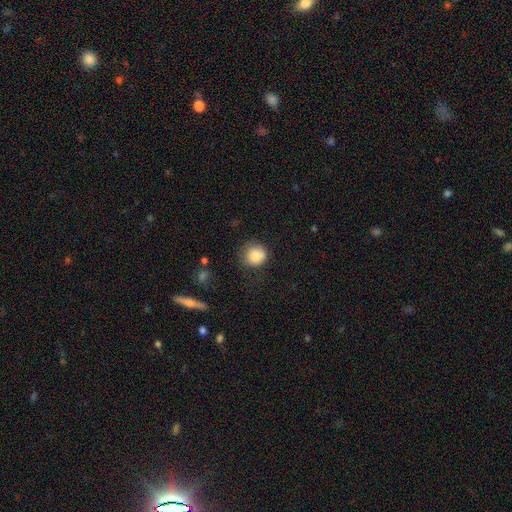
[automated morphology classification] Smooth or featured? Predicted: smooth (p=0.81). How rounded? Predicted: round (p=0.91). Merging? Predicted: none (p=0.71).